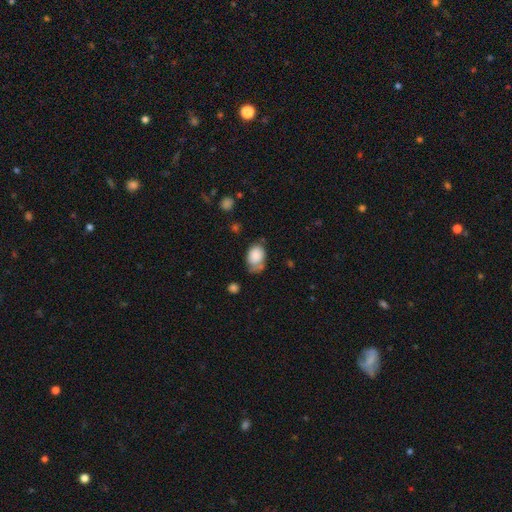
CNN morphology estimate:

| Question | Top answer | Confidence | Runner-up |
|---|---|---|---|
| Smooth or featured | smooth | 83% | featured or disk (10%) |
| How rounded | in between | 74% | round (25%) |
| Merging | none | 46% | minor disturbance (34%) |